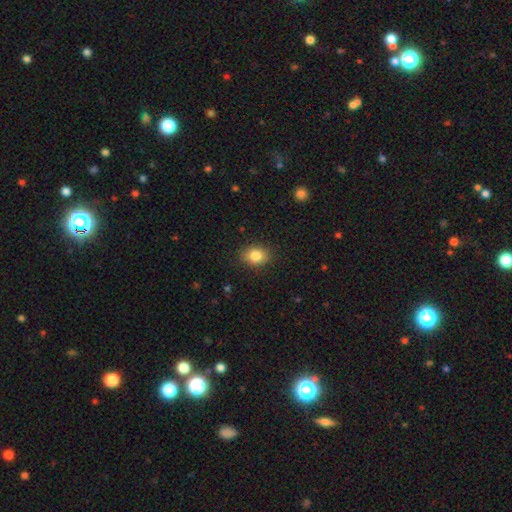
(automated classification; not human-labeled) A smooth galaxy with no disk features (84%) that is in between round and cigar-shaped (59%). Merging: none (87%).